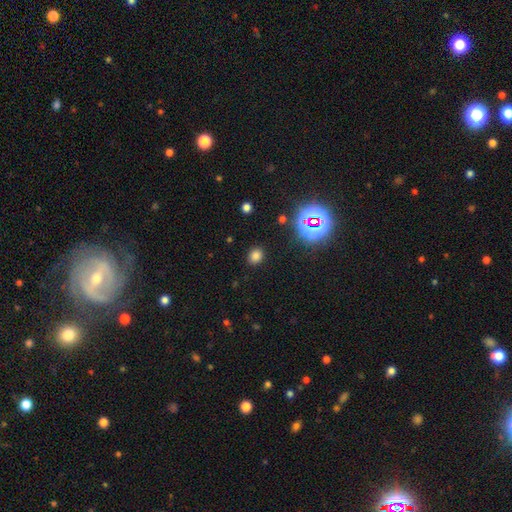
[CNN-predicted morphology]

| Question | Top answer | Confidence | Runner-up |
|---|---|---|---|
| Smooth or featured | smooth | 74% | star or artifact (21%) |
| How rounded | round | 61% | in between (38%) |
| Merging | none | 88% | minor disturbance (8%) |